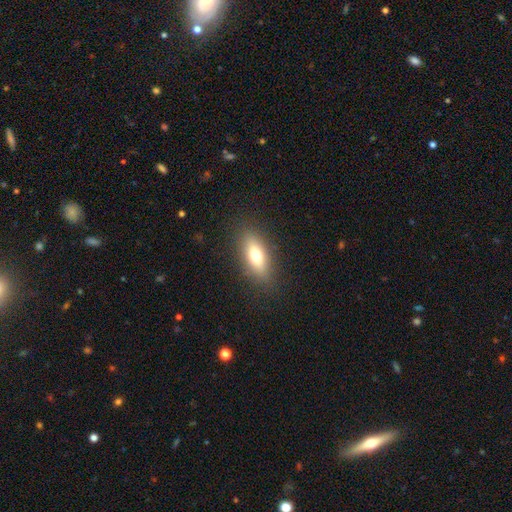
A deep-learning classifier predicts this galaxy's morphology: Smooth or featured? Predicted: smooth (p=0.68). How rounded? Predicted: in between (p=0.70). Merging? Predicted: none (p=0.87).